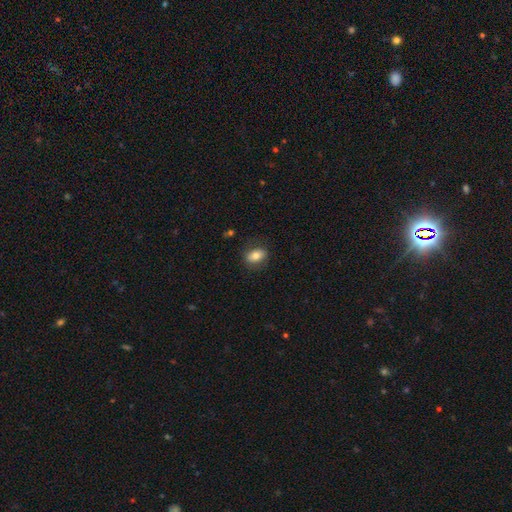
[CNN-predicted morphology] The model was most divided on "smooth or featured": smooth: 75%, featured or disk: 17%, star or artifact: 8%. More confident: merging — none (80%); how rounded — in between (78%).